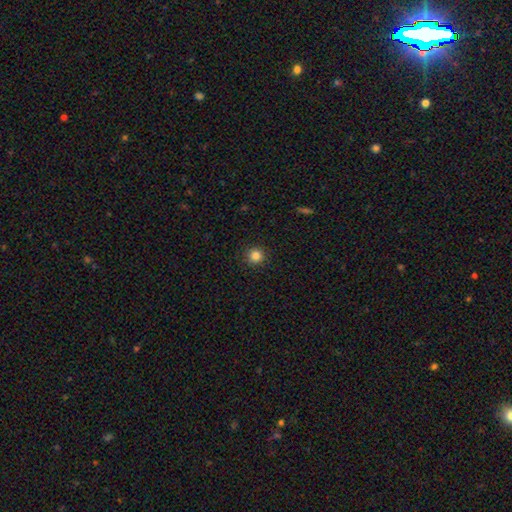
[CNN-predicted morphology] A smooth galaxy with no disk features (84%) that is round (94%). Merging: none (92%).